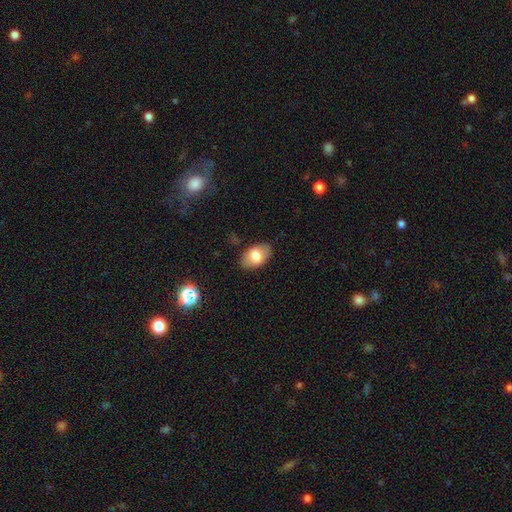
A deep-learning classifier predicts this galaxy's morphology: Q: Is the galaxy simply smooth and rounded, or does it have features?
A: smooth — 73%.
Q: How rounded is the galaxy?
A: in between — 91%.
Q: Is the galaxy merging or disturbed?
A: none — 85%.